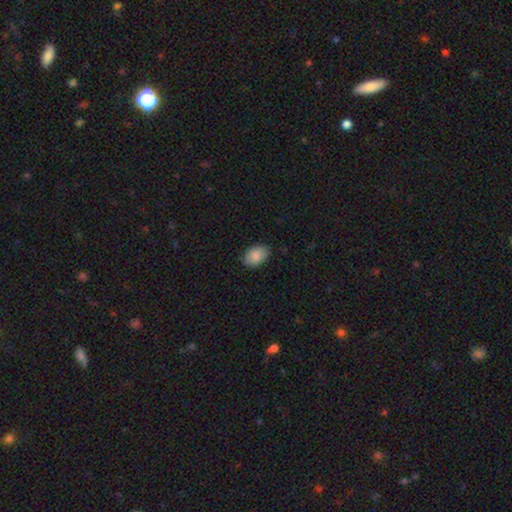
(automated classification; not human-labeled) This is clearly a smooth galaxy (87%). How rounded: clearly in between (88%). Merging: clearly none (82%).